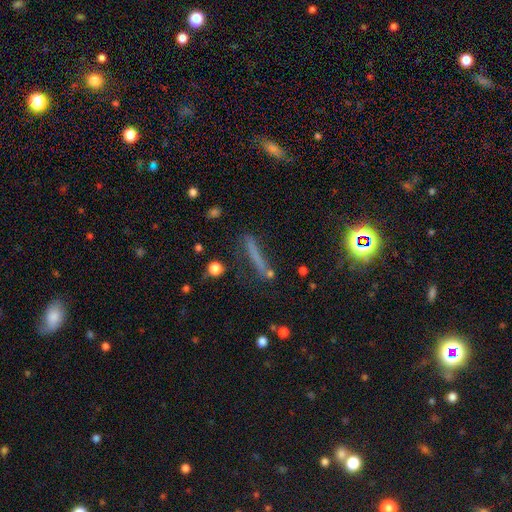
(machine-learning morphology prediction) Smooth or featured? smooth (54%)
How rounded? cigar-shaped (90%)
Merging? none (69%)